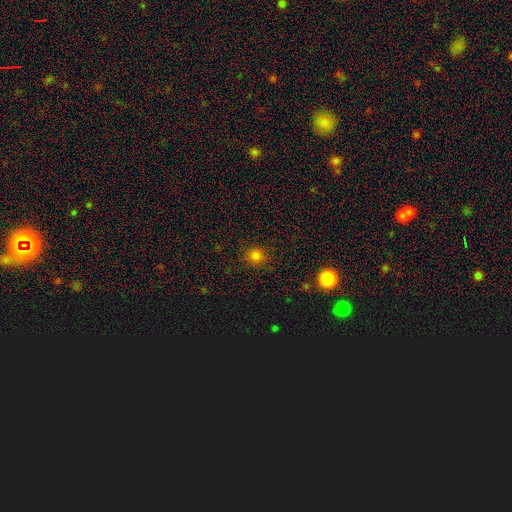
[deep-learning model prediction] The model was most divided on "smooth or featured": smooth: 80%, star or artifact: 16%, featured or disk: 4%. More confident: how rounded — round (92%); merging — none (88%).